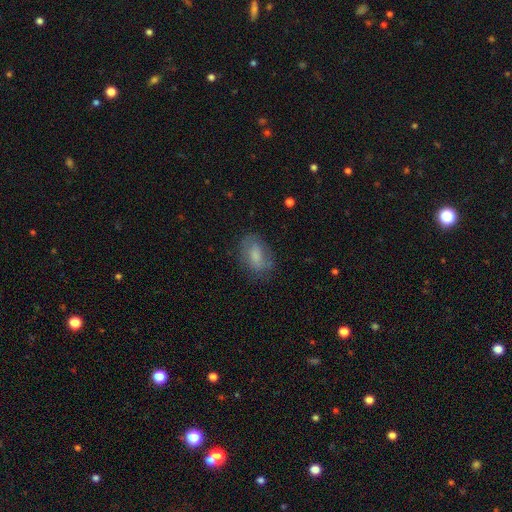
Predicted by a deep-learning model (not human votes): smooth-or-featured: smooth: 67% | featured or disk: 25% | star or artifact: 8%
  how-rounded: in between: 85% | round: 13% | cigar-shaped: 2%
  merging: none: 70% | minor disturbance: 20% | major disturbance: 8% | merger: 1%